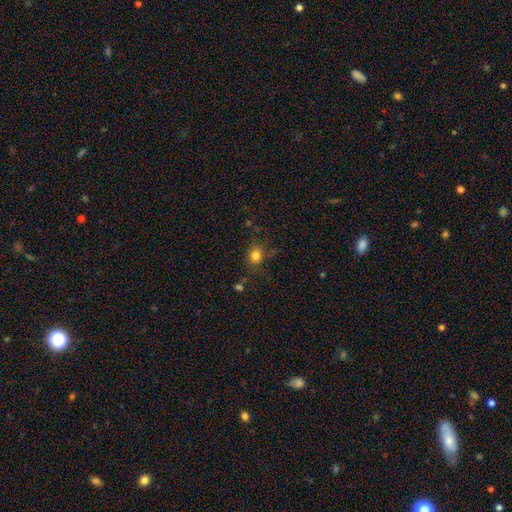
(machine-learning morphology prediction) This appears to be a smooth galaxy with no disk features (78%) that is round (69%). Merging: none (72%).